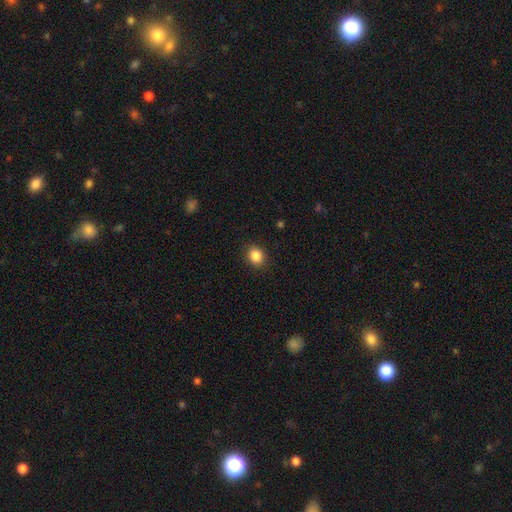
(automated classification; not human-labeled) Smooth or featured: smooth — 86% (star or artifact — 10%)
How rounded: round — 62% (in between — 37%)
Merging: none — 89% (minor disturbance — 7%)